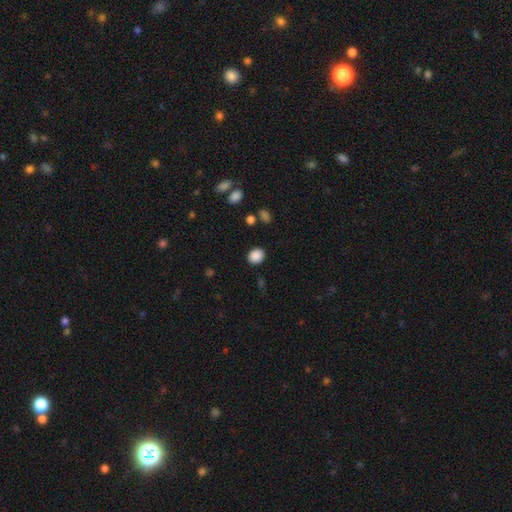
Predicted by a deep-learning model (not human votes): The model was most divided on "how rounded": round: 69%, in between: 30%, cigar-shaped: 1%. More confident: merging — none (88%); smooth or featured — smooth (87%).